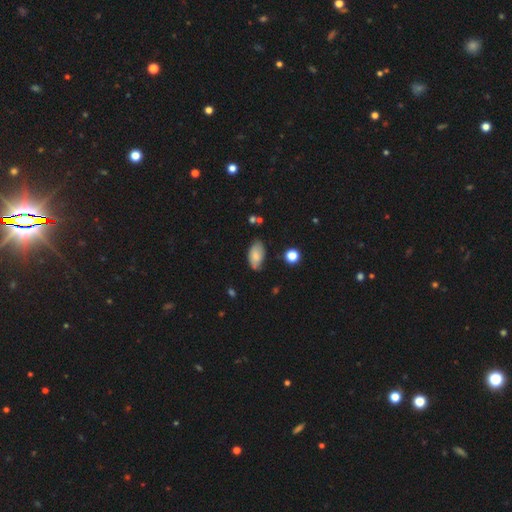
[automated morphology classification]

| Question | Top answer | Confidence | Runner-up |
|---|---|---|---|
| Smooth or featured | smooth | 77% | featured or disk (16%) |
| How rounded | in between | 93% | round (4%) |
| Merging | none | 70% | minor disturbance (23%) |